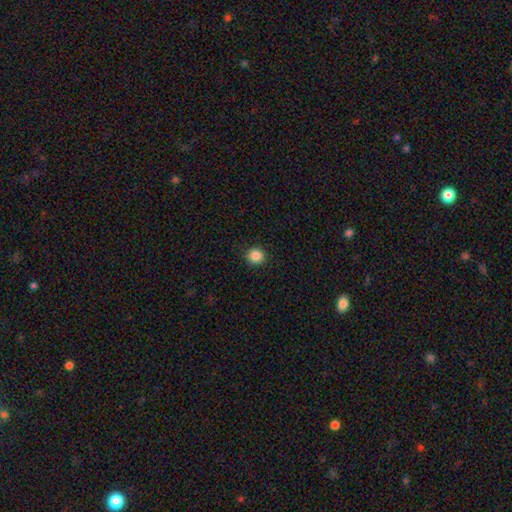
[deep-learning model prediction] The model was most divided on "smooth or featured": smooth: 86%, star or artifact: 10%, featured or disk: 3%. More confident: merging — none (92%); how rounded — round (91%).